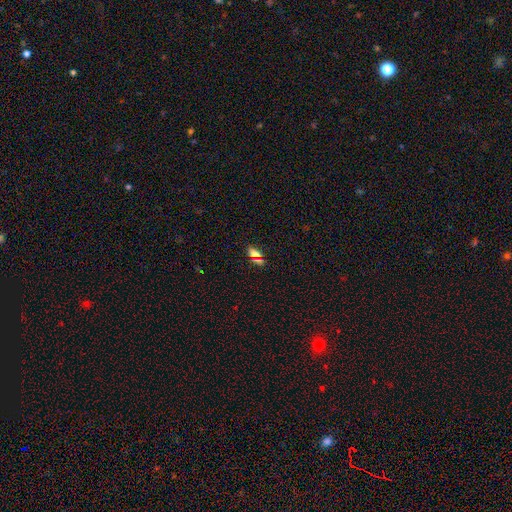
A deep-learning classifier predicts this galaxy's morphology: smooth_or_featured: smooth (p=0.57) [alt: star or artifact p=0.32]
how_rounded: in between (p=0.72) [alt: round p=0.14]
merging: none (p=0.80) [alt: minor disturbance p=0.10]